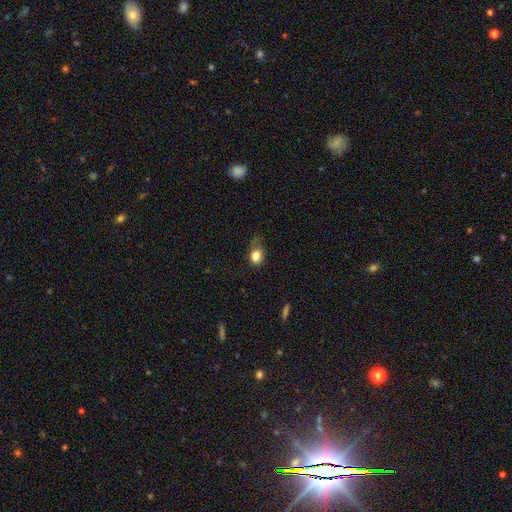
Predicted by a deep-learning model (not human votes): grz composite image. It shows a smooth galaxy with no disk features (81%) that is in between round and cigar-shaped (57%). Merging: none (40%).